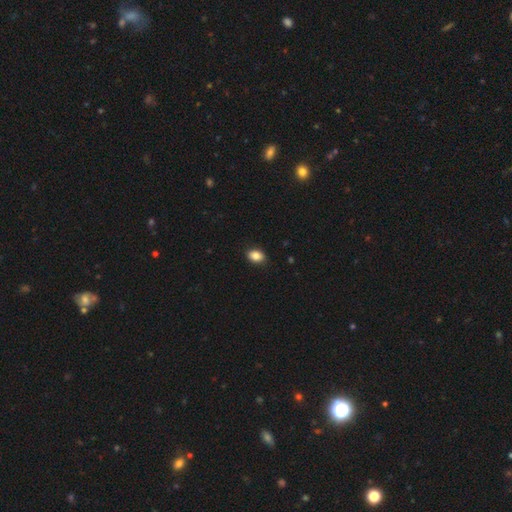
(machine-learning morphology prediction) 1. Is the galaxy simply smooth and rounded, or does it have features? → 86% smooth, 9% star or artifact, 5% featured or disk.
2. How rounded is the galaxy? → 80% in between, 19% round, 1% cigar-shaped.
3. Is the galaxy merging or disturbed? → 89% none, 9% minor disturbance, 2% major disturbance, 1% merger.